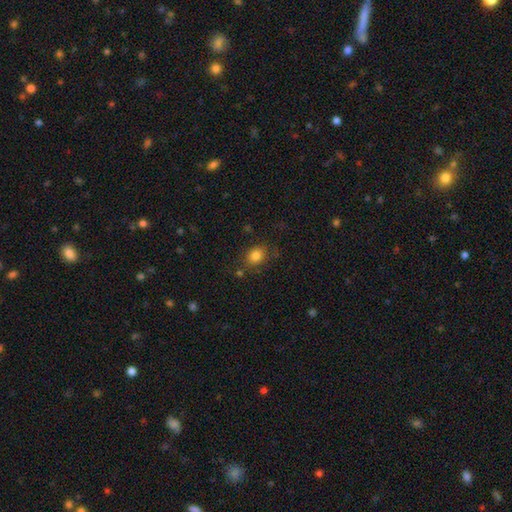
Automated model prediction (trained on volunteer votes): smooth_or_featured: smooth (p=0.82) [alt: star or artifact p=0.11]
how_rounded: round (p=0.53) [alt: in between p=0.46]
merging: none (p=0.75) [alt: minor disturbance p=0.16]